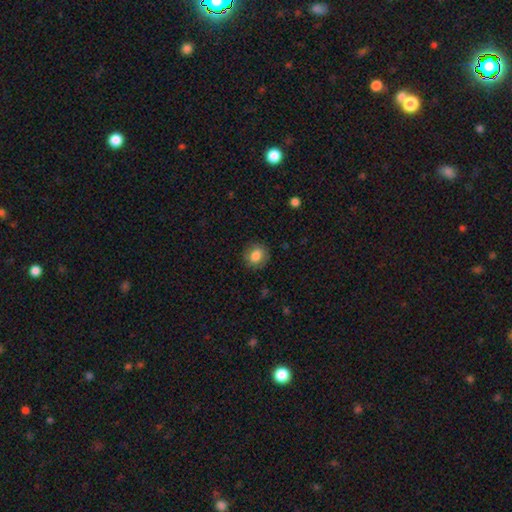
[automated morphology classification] type=smooth (82%); roundness=round (74%); merging=none (86%).